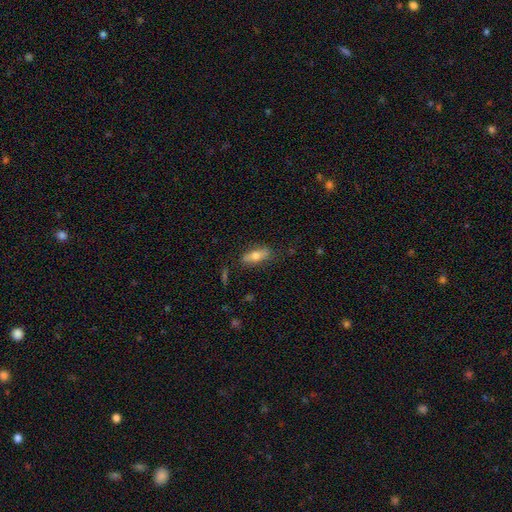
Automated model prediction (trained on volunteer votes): Smooth or featured: smooth — 65% (featured or disk — 28%)
How rounded: in between — 69% (cigar-shaped — 28%)
Merging: none — 78% (minor disturbance — 17%)